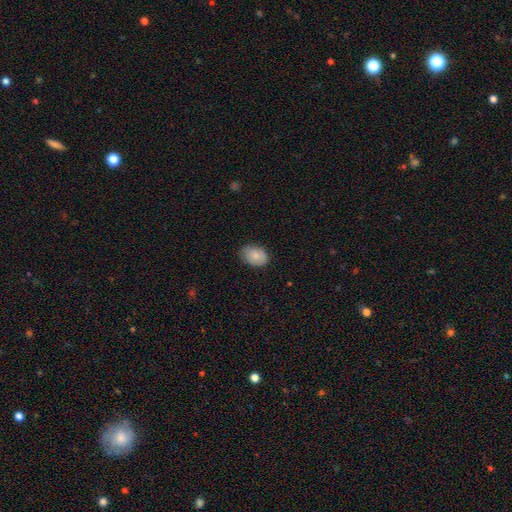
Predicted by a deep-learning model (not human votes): This appears to be a smooth galaxy with no disk features (82%) that is in between round and cigar-shaped (83%). Merging: none (76%).